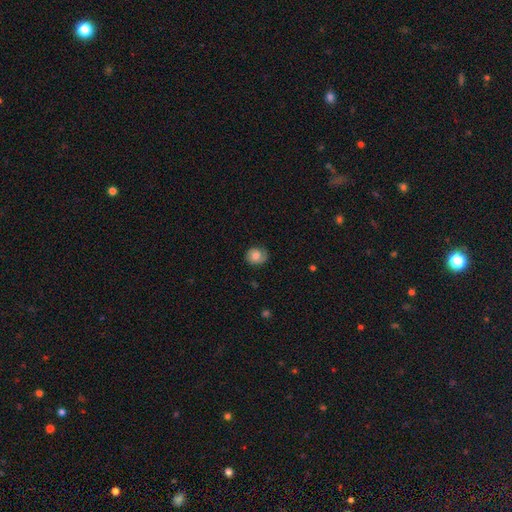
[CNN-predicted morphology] A smooth galaxy with no disk features (55%) that is round (76%). Merging: none (73%).